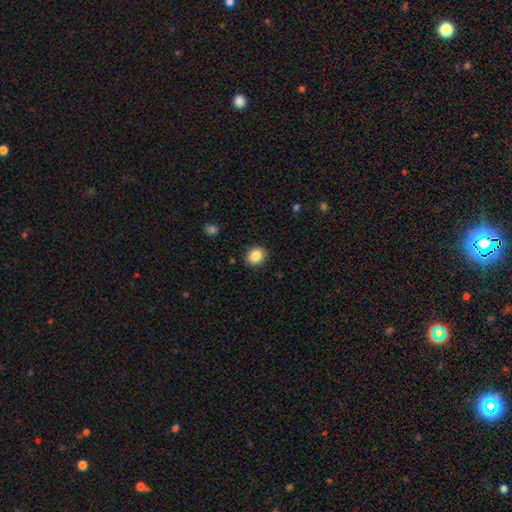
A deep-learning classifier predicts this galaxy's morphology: A smooth galaxy with no disk features (85%) that is round (63%). Merging: none (89%).